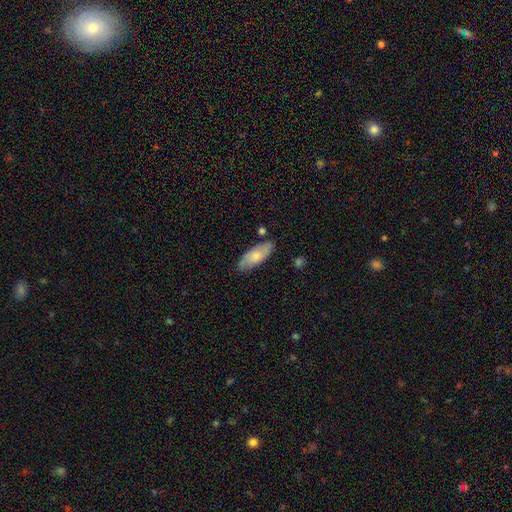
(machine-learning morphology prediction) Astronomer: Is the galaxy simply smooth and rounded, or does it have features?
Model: smooth — 66%.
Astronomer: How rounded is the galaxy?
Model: in between — 78%.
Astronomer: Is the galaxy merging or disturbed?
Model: none — 78%.